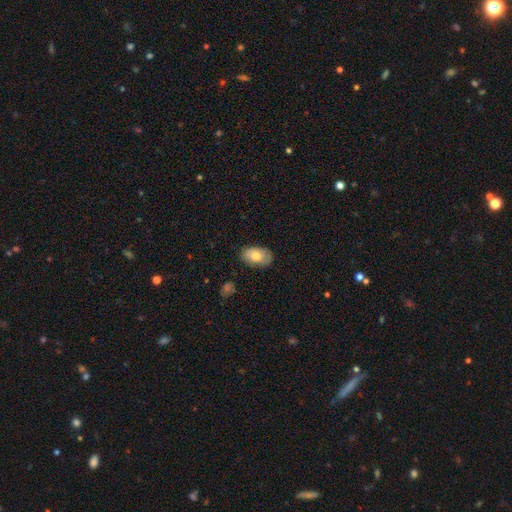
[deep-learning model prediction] The model was most divided on "smooth or featured": smooth: 75%, featured or disk: 18%, star or artifact: 6%. More confident: how rounded — in between (93%); merging — none (80%).